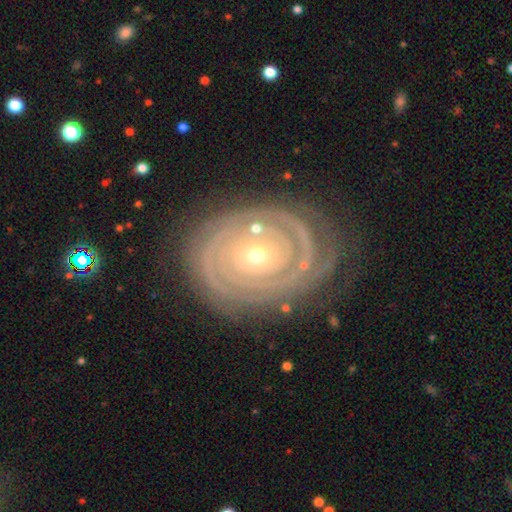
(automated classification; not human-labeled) The model was most divided on "spiral arm count": 2: 41%, can't tell: 19%, 3: 19%, 4: 10%, more than 4: 7%, 1: 5%. More confident: edge-on disk — no (96%); spiral arms — yes (96%); smooth or featured — featured or disk (89%); spiral winding — tight (87%); bar — no (80%); merging — none (78%); bulge size — small (72%).